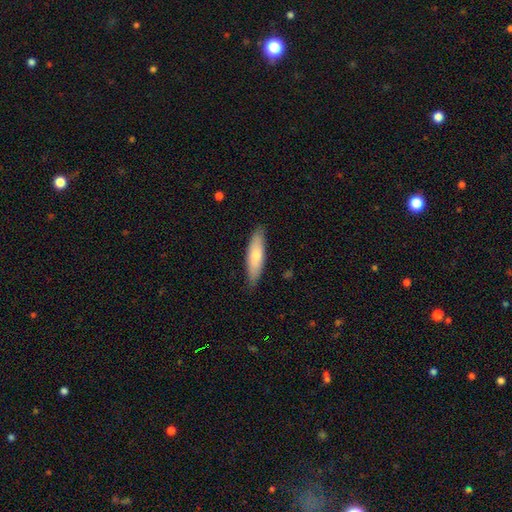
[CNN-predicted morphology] smooth-or-featured: smooth: 72% | featured or disk: 23% | star or artifact: 5%
  how-rounded: cigar-shaped: 62% | in between: 37% | round: 2%
  merging: none: 84% | minor disturbance: 13% | major disturbance: 2% | merger: 1%